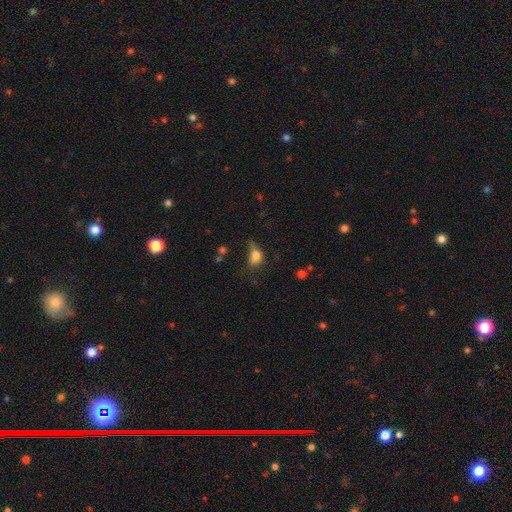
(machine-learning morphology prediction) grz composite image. It shows a smooth galaxy with no disk features (75%) that is in between round and cigar-shaped (71%). Merging: major disturbance (32%).